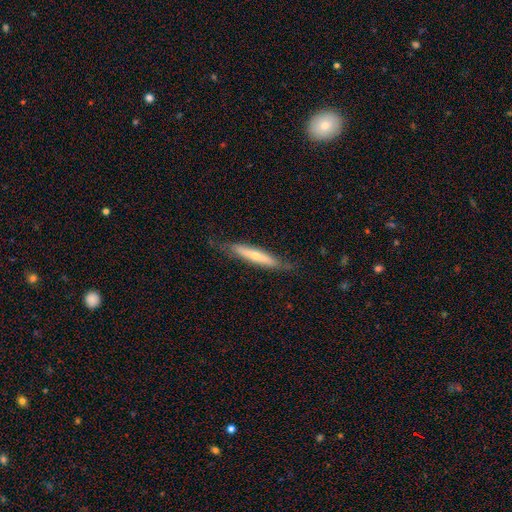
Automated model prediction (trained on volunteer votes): Morphology: type=featured or disk (51%); edge-on=yes (83%); merging=none (77%).